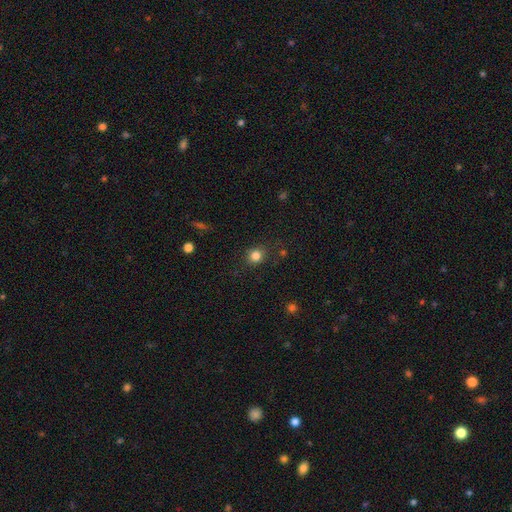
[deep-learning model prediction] Q: Smooth or featured?
A: smooth (83%); runner-up: star or artifact (12%)
Q: How rounded?
A: round (83%); runner-up: in between (16%)
Q: Merging?
A: none (84%); runner-up: minor disturbance (10%)